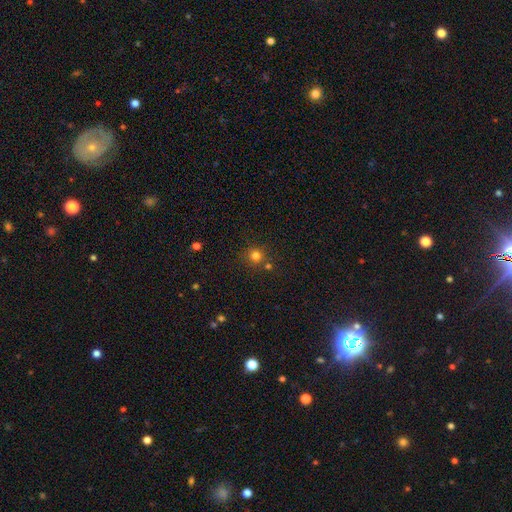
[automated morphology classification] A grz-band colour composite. It shows a smooth galaxy with no disk features (77%) that is round (92%). Merging: none (77%).